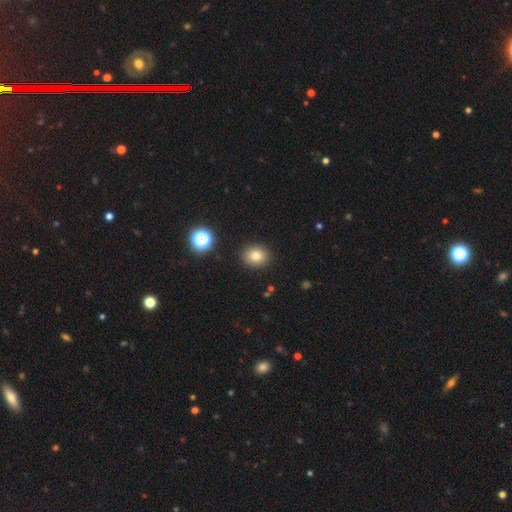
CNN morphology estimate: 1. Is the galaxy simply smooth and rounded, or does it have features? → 81% smooth, 12% star or artifact, 7% featured or disk.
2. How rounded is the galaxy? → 65% round, 34% in between, 1% cigar-shaped.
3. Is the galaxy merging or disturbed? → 90% none, 7% minor disturbance, 2% major disturbance, 2% merger.